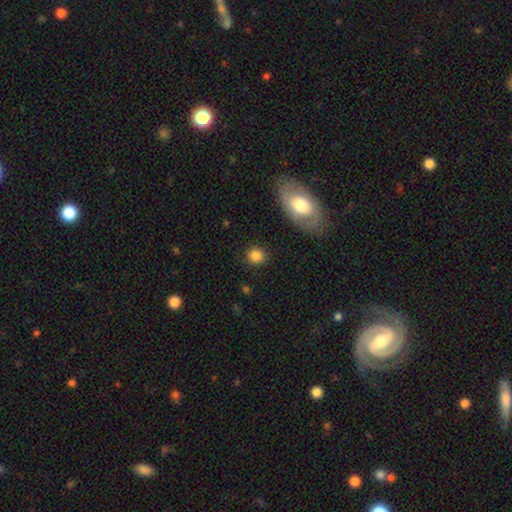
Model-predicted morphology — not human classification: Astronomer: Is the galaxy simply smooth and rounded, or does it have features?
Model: smooth — 84%.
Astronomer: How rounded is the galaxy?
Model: round — 87%.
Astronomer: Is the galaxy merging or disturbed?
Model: none — 88%.